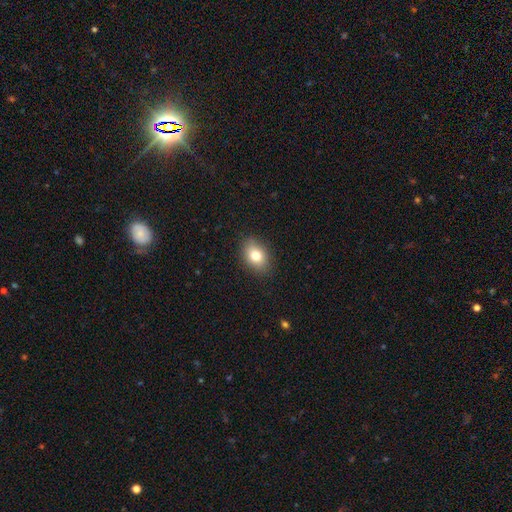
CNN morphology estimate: A smooth galaxy with no disk features (79%) that is in between round and cigar-shaped (80%). Merging: none (87%).